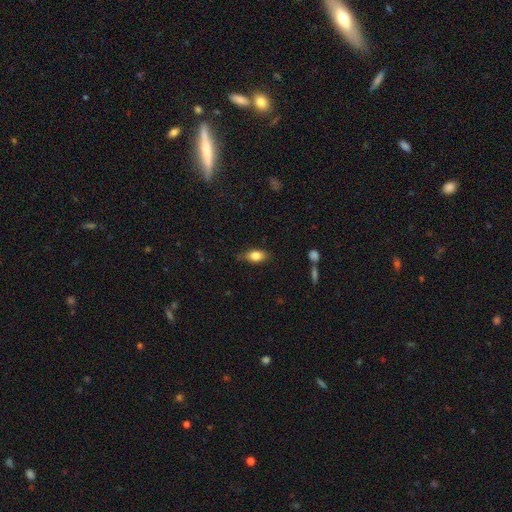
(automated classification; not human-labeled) A smooth galaxy with no disk features (80%) that is in between round and cigar-shaped (84%). Merging: none (75%).